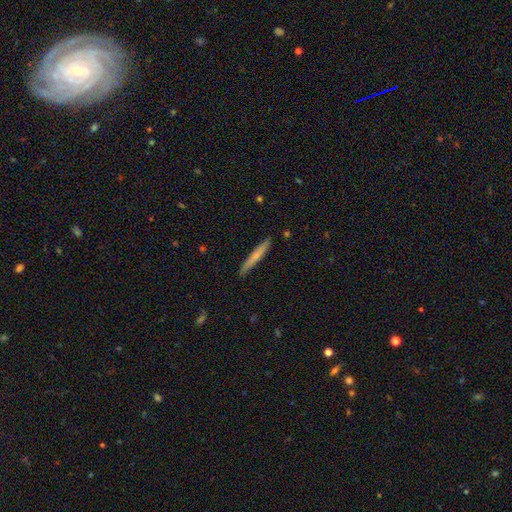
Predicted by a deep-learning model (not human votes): Morphology: type=smooth (61%); roundness=cigar-shaped (96%); merging=none (88%).